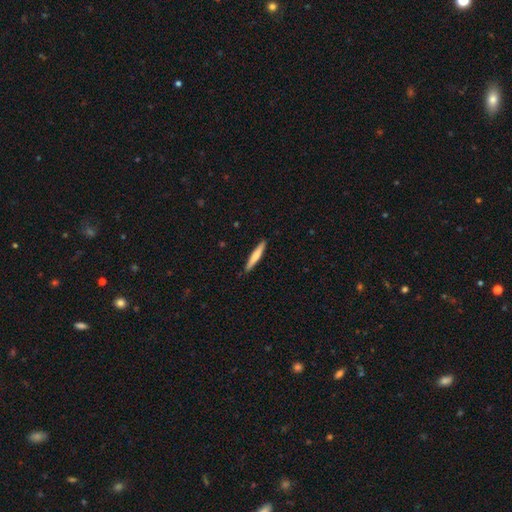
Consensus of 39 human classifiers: Q: Smooth or featured?
A: smooth (74%); runner-up: featured or disk (26%)
Q: How rounded?
A: cigar-shaped (100%)
Q: Merging?
A: none (92%); runner-up: minor disturbance (5%)